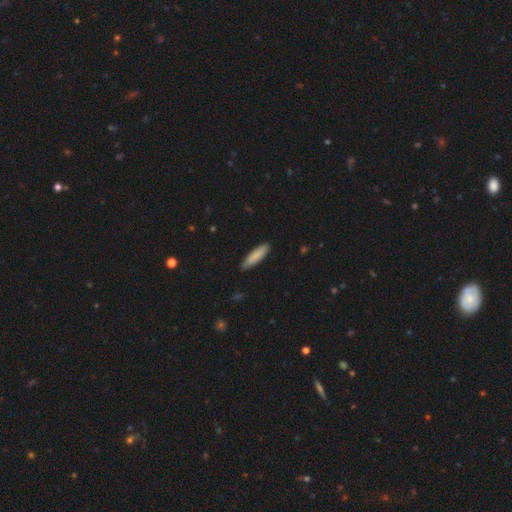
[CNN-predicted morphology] Smooth or featured? smooth (86%)
How rounded? cigar-shaped (66%)
Merging? none (81%)